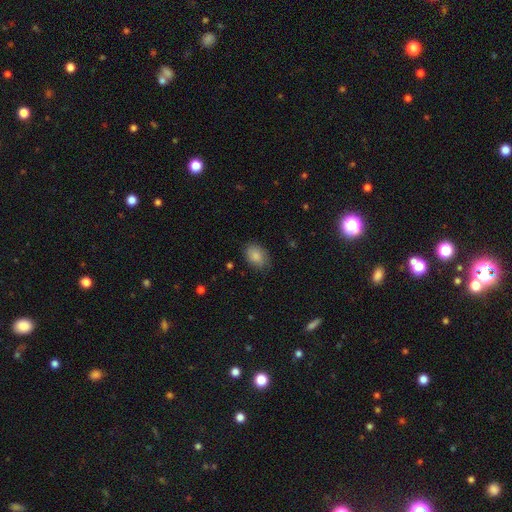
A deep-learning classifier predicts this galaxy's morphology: A smooth galaxy with no disk features (86%) that is in between round and cigar-shaped (81%).

Vote fractions:
- Smooth or featured? smooth: 86% / star or artifact: 7% / featured or disk: 6%
- How rounded? in between: 81% / round: 18% / cigar-shaped: 1%
- Merging? none: 80% / minor disturbance: 16% / major disturbance: 3% / merger: 1%